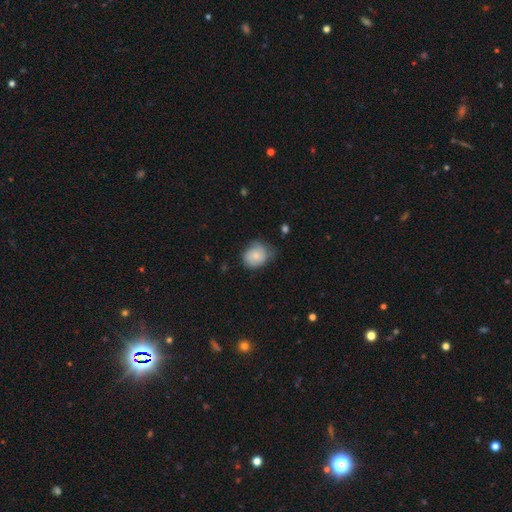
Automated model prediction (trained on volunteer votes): Smooth or featured?
  - smooth: 74% *
  - featured or disk: 18%
  - star or artifact: 7%
How rounded?
  - round: 64% *
  - in between: 36%
  - cigar-shaped: 1%
Merging?
  - none: 49% *
  - minor disturbance: 38%
  - major disturbance: 11%
  - merger: 2%